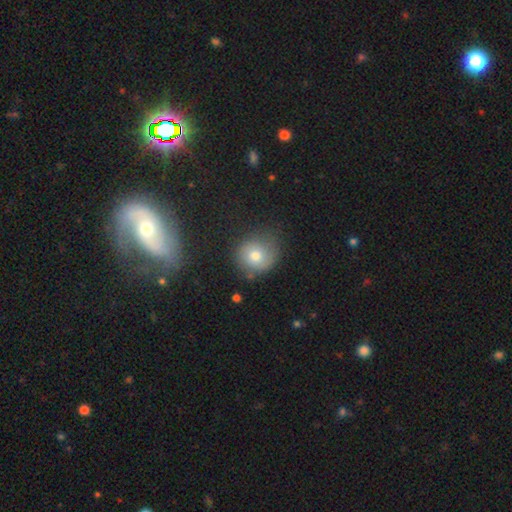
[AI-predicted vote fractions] Smooth or featured?
  - smooth: 70% *
  - featured or disk: 19%
  - star or artifact: 11%
How rounded?
  - round: 82% *
  - in between: 17%
  - cigar-shaped: 1%
Merging?
  - none: 64% *
  - minor disturbance: 24%
  - major disturbance: 9%
  - merger: 3%